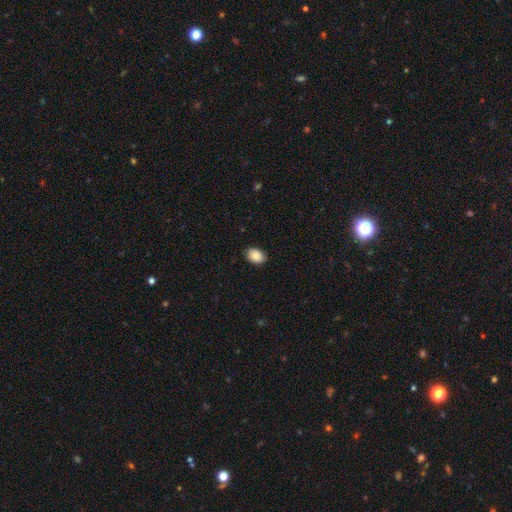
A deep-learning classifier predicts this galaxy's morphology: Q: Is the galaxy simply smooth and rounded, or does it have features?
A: smooth — 89%.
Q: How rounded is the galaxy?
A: in between — 76%.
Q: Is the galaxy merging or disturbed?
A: none — 86%.